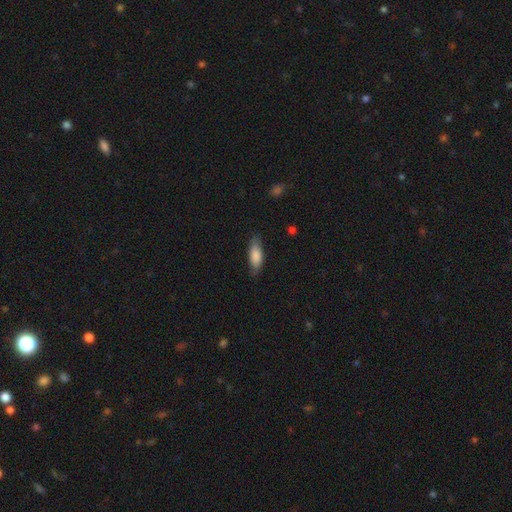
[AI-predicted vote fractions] Overall: smooth (82%). How rounded: in between (67%; cigar-shaped 31%). Merging: none (78%).